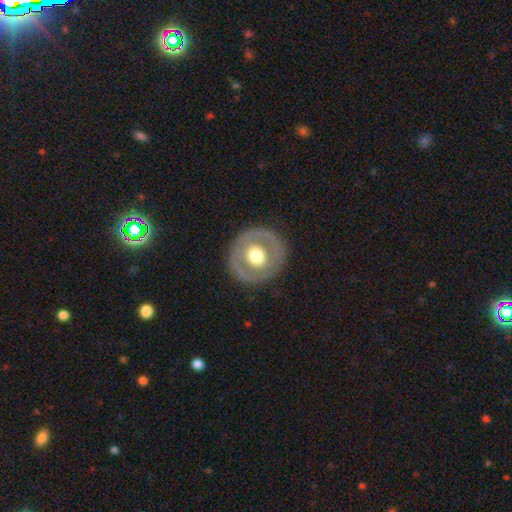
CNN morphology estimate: Q: Smooth or featured?
A: featured or disk (52%); runner-up: smooth (43%)
Q: Edge-on disk?
A: no (95%); runner-up: yes (5%)
Q: Merging?
A: none (86%); runner-up: minor disturbance (9%)